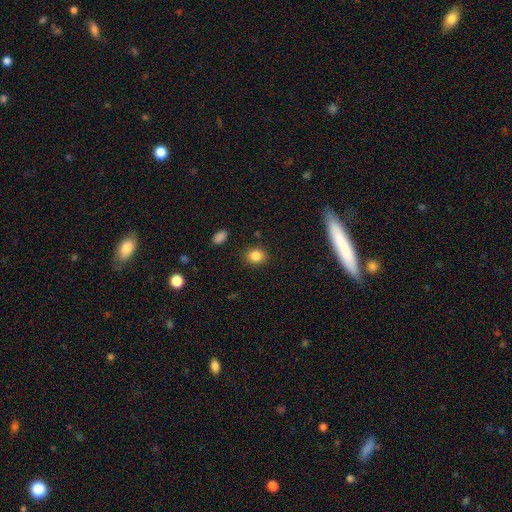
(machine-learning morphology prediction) Smooth or featured? Predicted: smooth (p=0.84). How rounded? Predicted: round (p=0.62). Merging? Predicted: none (p=0.87).